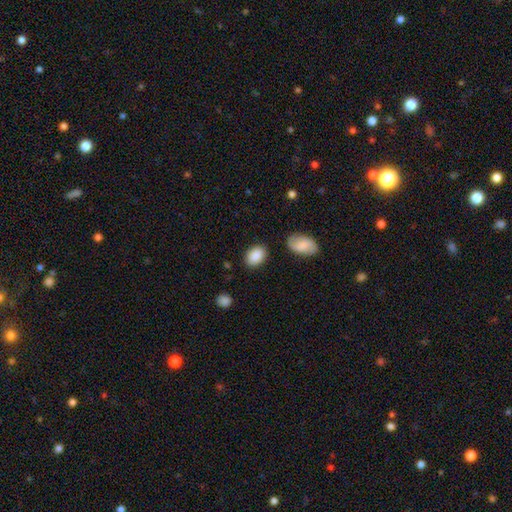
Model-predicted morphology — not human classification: A smooth galaxy with no disk features (88%) that is in between round and cigar-shaped (77%).

Vote fractions:
- Smooth or featured? smooth: 88% / star or artifact: 7% / featured or disk: 5%
- How rounded? in between: 77% / round: 22% / cigar-shaped: 1%
- Merging? none: 83% / minor disturbance: 11% / merger: 3% / major disturbance: 3%